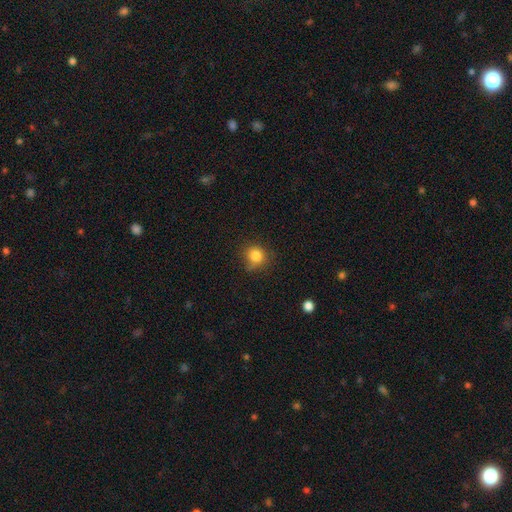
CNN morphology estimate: Smooth or featured? Predicted: smooth (p=0.83). How rounded? Predicted: round (p=0.86). Merging? Predicted: none (p=0.70).